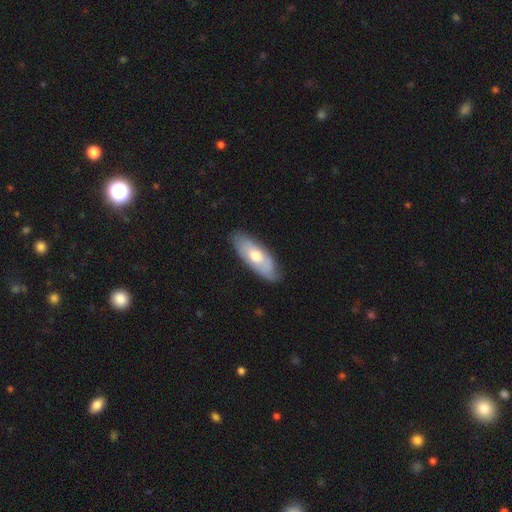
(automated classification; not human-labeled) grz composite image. It shows a smooth galaxy with no disk features (55%) that is in between round and cigar-shaped (72%). Merging: none (78%).